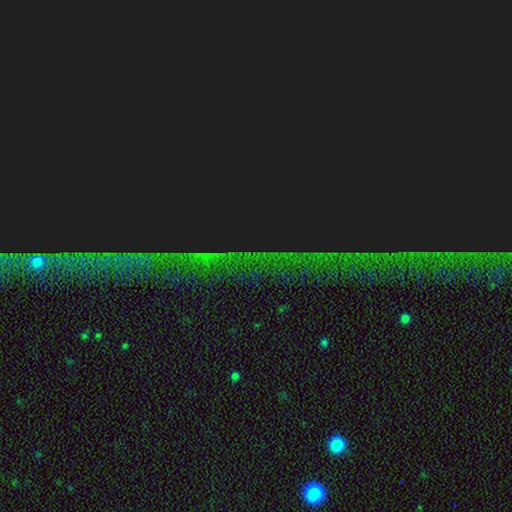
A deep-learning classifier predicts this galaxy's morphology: type=star or artifact (87%).